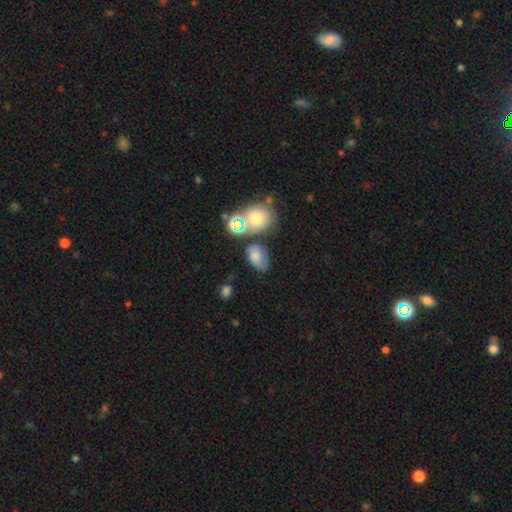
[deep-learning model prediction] Smooth or featured? smooth (68%)
How rounded? in between (79%)
Merging? none (52%)